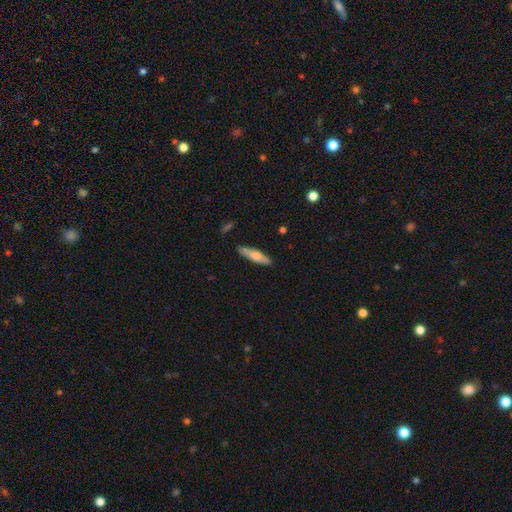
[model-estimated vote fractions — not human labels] Smooth or featured?
  - smooth: 66% *
  - featured or disk: 29%
  - star or artifact: 6%
How rounded?
  - cigar-shaped: 73% *
  - in between: 25%
  - round: 2%
Merging?
  - none: 87% *
  - minor disturbance: 10%
  - major disturbance: 2%
  - merger: 2%